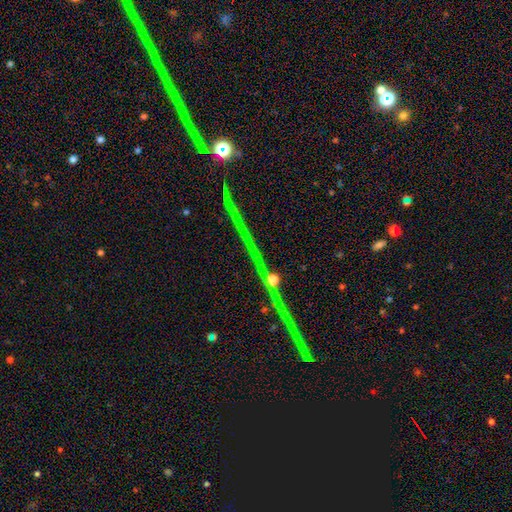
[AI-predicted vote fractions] Smooth or featured: star or artifact — 76% (featured or disk — 16%)